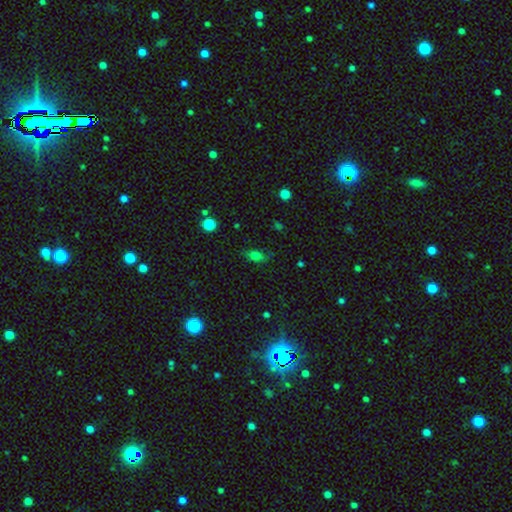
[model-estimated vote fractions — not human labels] smooth 71%, star or artifact 15%, featured or disk 14%. Down the decision tree: how rounded — in between (75%); merging — none (75%).